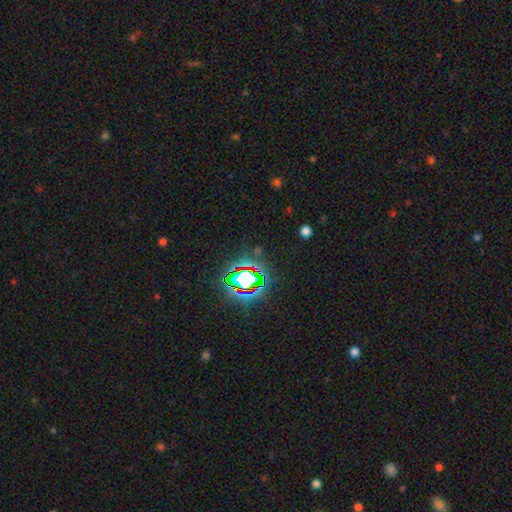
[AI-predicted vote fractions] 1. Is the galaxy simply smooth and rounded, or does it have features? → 81% star or artifact, 11% smooth, 8% featured or disk.